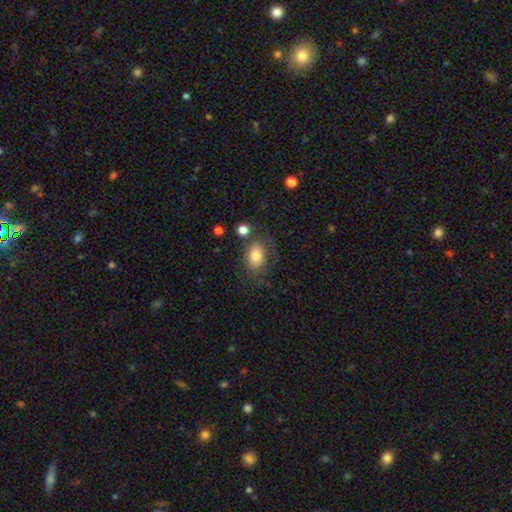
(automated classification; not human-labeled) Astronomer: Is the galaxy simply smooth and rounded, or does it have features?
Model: smooth — 79%.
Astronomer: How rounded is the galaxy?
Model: in between — 82%.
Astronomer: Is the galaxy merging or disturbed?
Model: none — 64%.